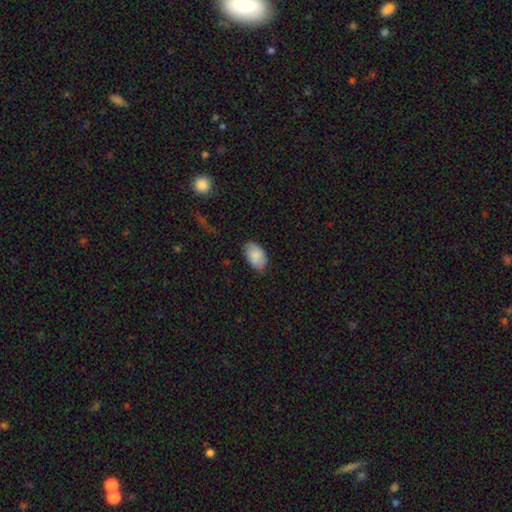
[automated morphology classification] Smooth or featured? smooth (84%)
How rounded? in between (93%)
Merging? none (78%)